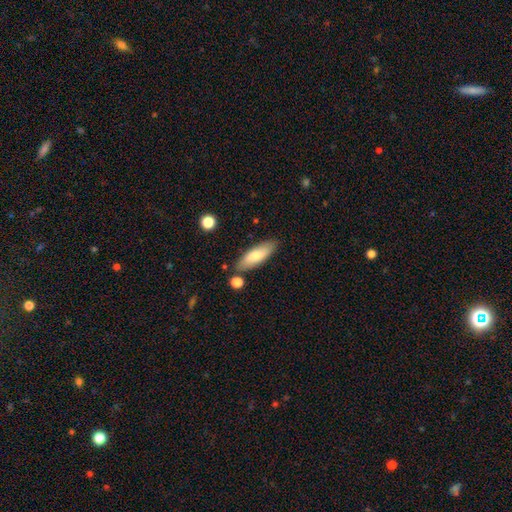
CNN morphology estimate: smooth-or-featured: smooth: 75% | featured or disk: 19% | star or artifact: 6%
  how-rounded: in between: 57% | cigar-shaped: 41% | round: 2%
  merging: none: 80% | minor disturbance: 13% | merger: 5% | major disturbance: 2%